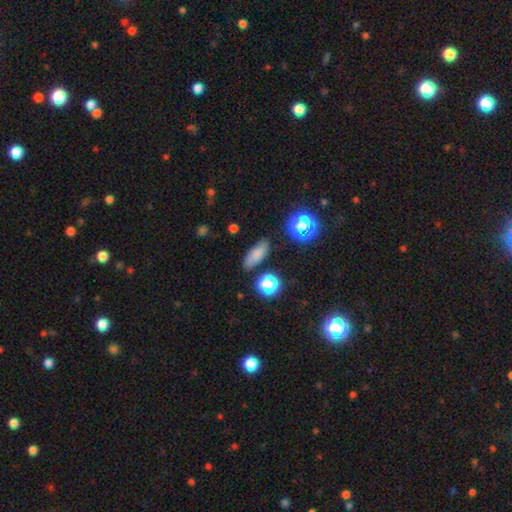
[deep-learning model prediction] Smooth or featured: smooth — 75% (star or artifact — 14%)
How rounded: in between — 68% (cigar-shaped — 22%)
Merging: none — 80% (minor disturbance — 13%)